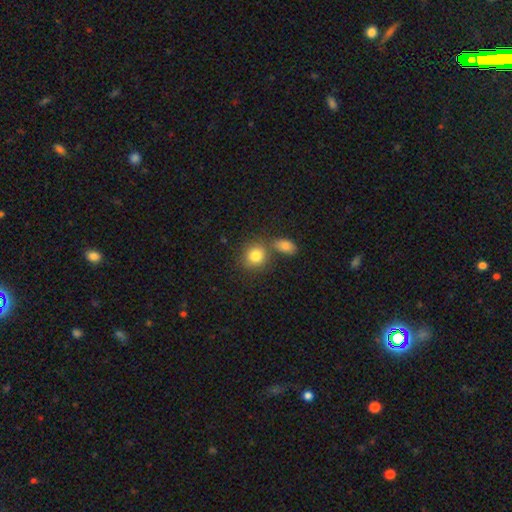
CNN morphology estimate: Smooth or featured?
  - smooth: 82% *
  - star or artifact: 9%
  - featured or disk: 8%
How rounded?
  - round: 79% *
  - in between: 20%
  - cigar-shaped: 1%
Merging?
  - none: 62% *
  - merger: 24%
  - minor disturbance: 10%
  - major disturbance: 4%